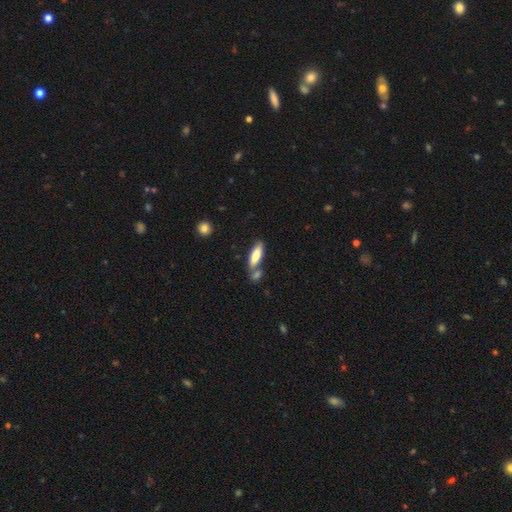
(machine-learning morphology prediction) Smooth or featured: smooth — 78% (featured or disk — 16%)
How rounded: cigar-shaped — 51% (in between — 47%)
Merging: none — 55% (merger — 28%)